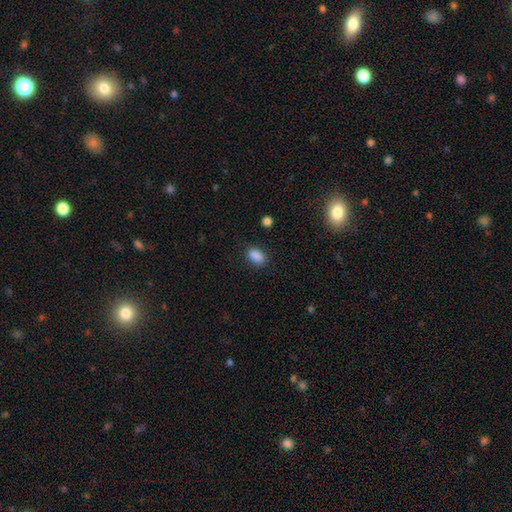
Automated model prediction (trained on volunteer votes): The model was most divided on "merging": none: 83%, minor disturbance: 12%, major disturbance: 3%, merger: 2%. More confident: smooth or featured — smooth (87%); how rounded — in between (86%).